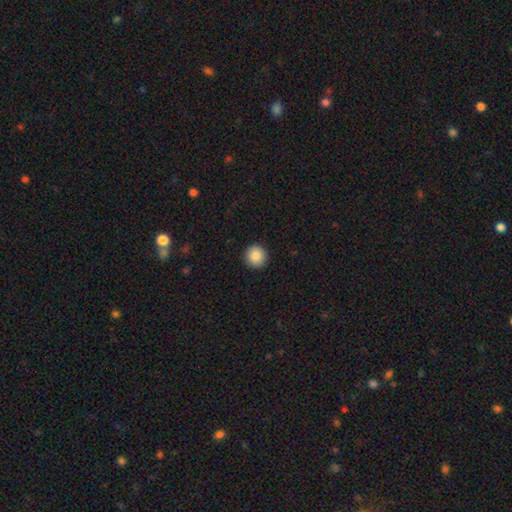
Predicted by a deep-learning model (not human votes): smooth_or_featured: smooth (p=0.88) [alt: star or artifact p=0.08]
how_rounded: round (p=0.95) [alt: in between p=0.05]
merging: none (p=0.93) [alt: minor disturbance p=0.05]